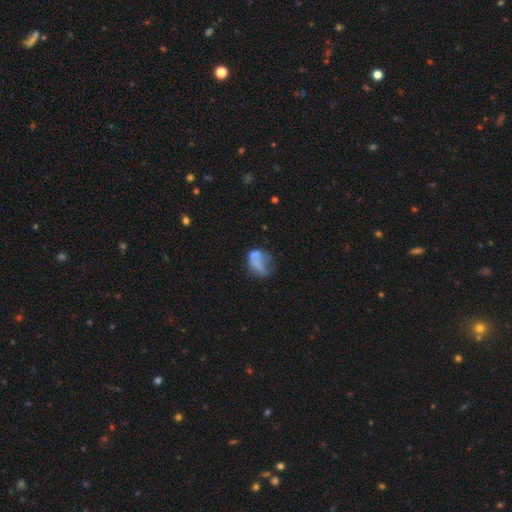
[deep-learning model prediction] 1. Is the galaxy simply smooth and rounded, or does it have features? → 50% smooth, 35% featured or disk, 16% star or artifact.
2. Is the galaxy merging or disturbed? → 34% none, 30% major disturbance, 25% minor disturbance, 11% merger.